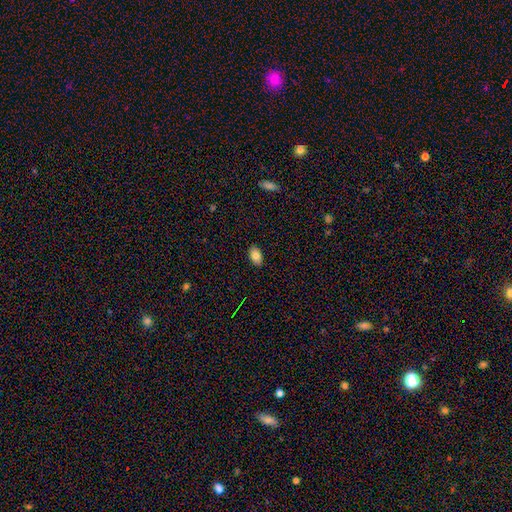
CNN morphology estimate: smooth_or_featured: smooth (p=0.82) [alt: featured or disk p=0.10]
how_rounded: in between (p=0.92) [alt: round p=0.06]
merging: none (p=0.88) [alt: minor disturbance p=0.09]